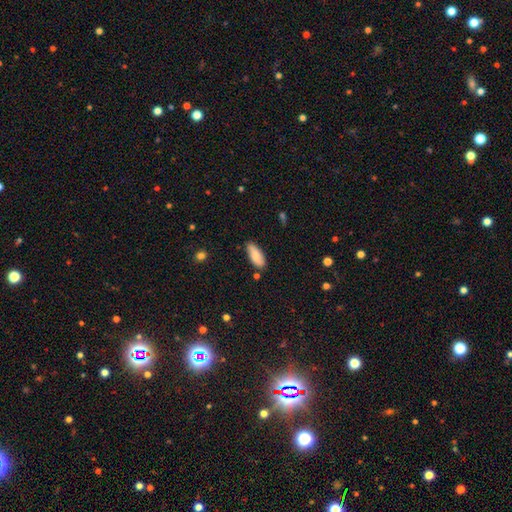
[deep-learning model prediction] Smooth or featured?
  - smooth: 77% *
  - featured or disk: 17%
  - star or artifact: 7%
How rounded?
  - in between: 80% *
  - cigar-shaped: 18%
  - round: 2%
Merging?
  - none: 76% *
  - minor disturbance: 18%
  - major disturbance: 3%
  - merger: 3%